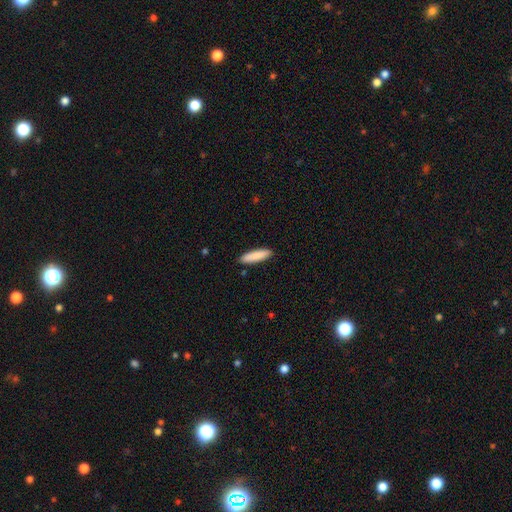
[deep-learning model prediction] This is clearly a smooth galaxy (87%). How rounded: likely cigar-shaped (74%). Merging: clearly none (90%).